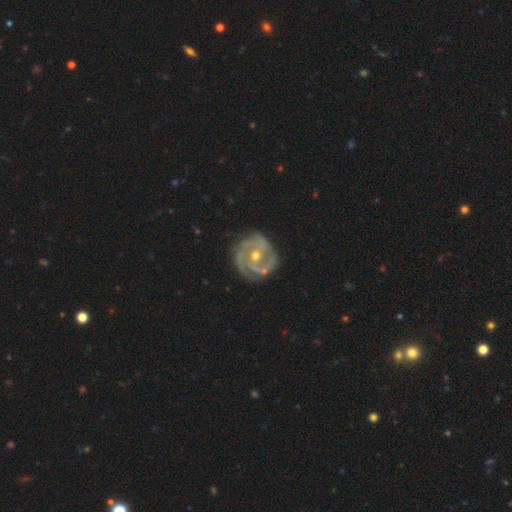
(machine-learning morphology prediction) Smooth or featured? Predicted: featured or disk (p=0.89). Edge-on disk? Predicted: no (p=0.98). Bar? Predicted: no (p=0.48). Spiral arms? Predicted: yes (p=0.97). Spiral winding? Predicted: tight (p=0.60). Spiral arm count? Predicted: 3 (p=0.44). Bulge size? Predicted: moderate (p=0.53). Merging? Predicted: none (p=0.74).